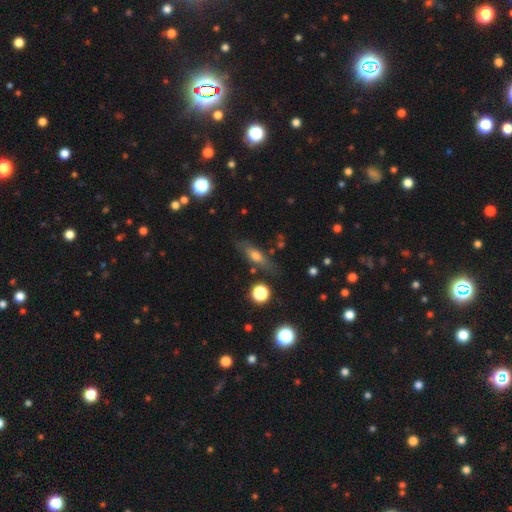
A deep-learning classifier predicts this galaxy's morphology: Overall: smooth (57%; featured or disk 33%). How rounded: cigar-shaped (51%; in between 44%). Merging: none (74%).